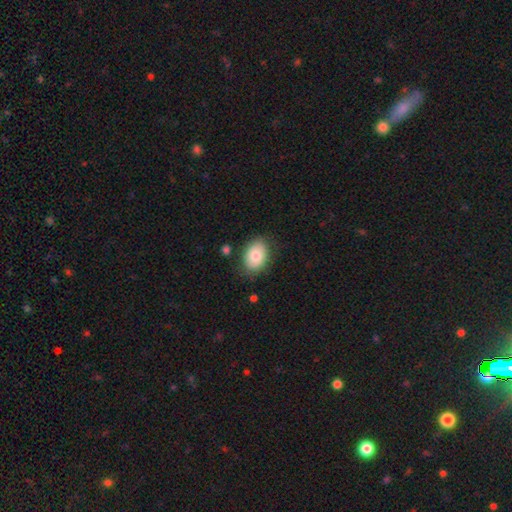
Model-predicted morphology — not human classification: A smooth galaxy with no disk features (79%) that is in between round and cigar-shaped (79%). Merging: none (79%).